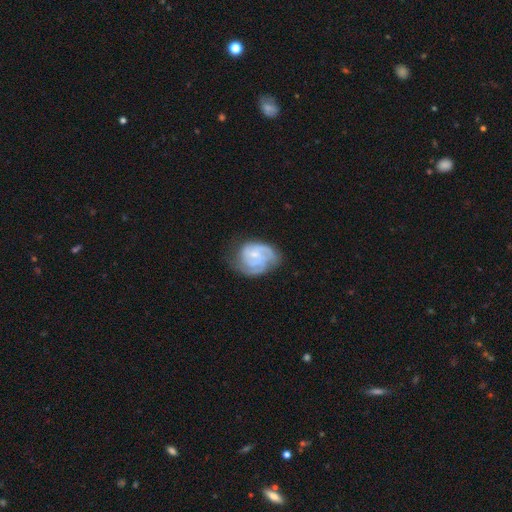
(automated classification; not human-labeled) The model was most divided on "bar": no: 56%, weak: 37%, strong: 7%. Remaining: edge-on disk — no (98%); spiral arms — yes (97%); smooth or featured — featured or disk (85%); merging — none (65%); bulge size — small (64%); spiral winding — tight (57%); spiral arm count — 3 (47%).